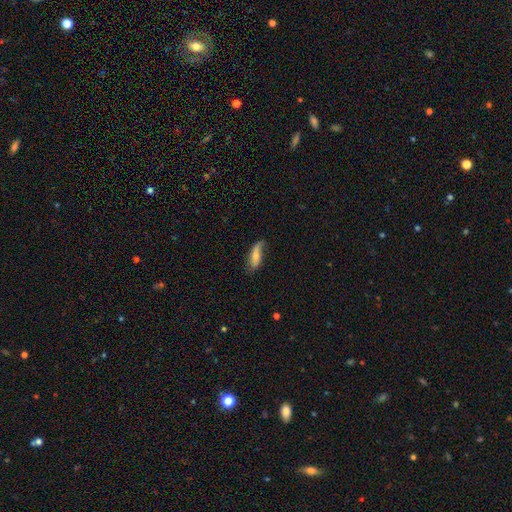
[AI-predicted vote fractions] smooth-or-featured: smooth: 57% | featured or disk: 36% | star or artifact: 7%
  how-rounded: in between: 63% | cigar-shaped: 34% | round: 3%
  merging: none: 47% | minor disturbance: 33% | major disturbance: 17% | merger: 3%